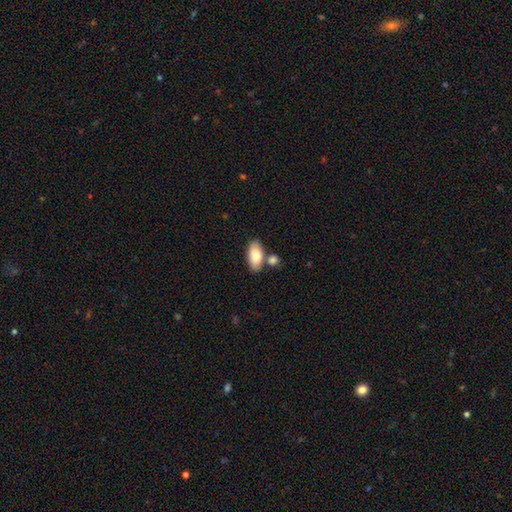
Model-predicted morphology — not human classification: Smooth or featured? smooth (85%)
How rounded? in between (92%)
Merging? none (64%)